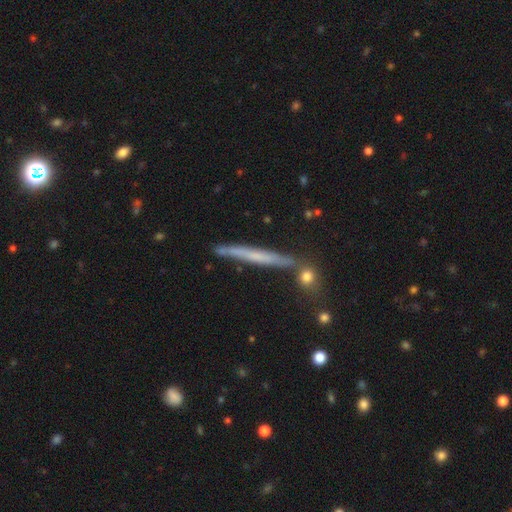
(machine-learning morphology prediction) This appears to be a featured or disk galaxy (52%) viewed edge-on (95%). Merging: none (82%).